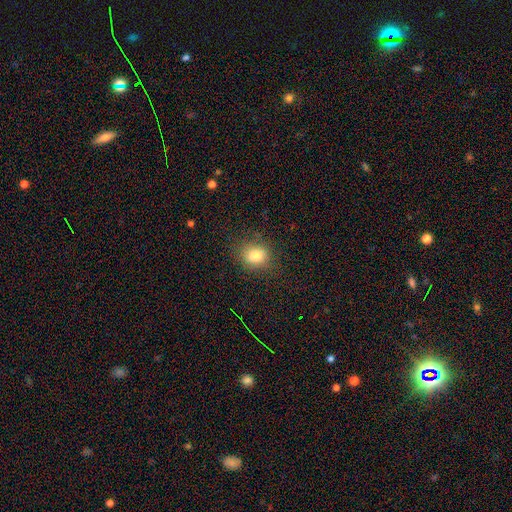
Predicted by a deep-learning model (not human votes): smooth 79%, star or artifact 12%, featured or disk 9%. Down the decision tree: how rounded — round (61%); merging — none (83%).